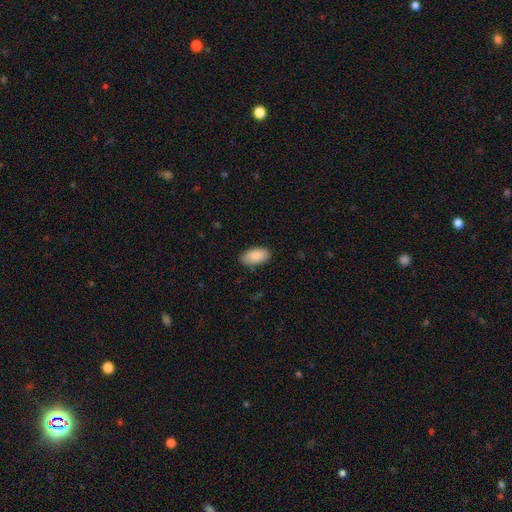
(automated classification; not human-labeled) Smooth or featured?
  - smooth: 89% *
  - star or artifact: 6%
  - featured or disk: 5%
How rounded?
  - in between: 95% *
  - cigar-shaped: 3%
  - round: 2%
Merging?
  - none: 86% *
  - minor disturbance: 11%
  - major disturbance: 2%
  - merger: 1%